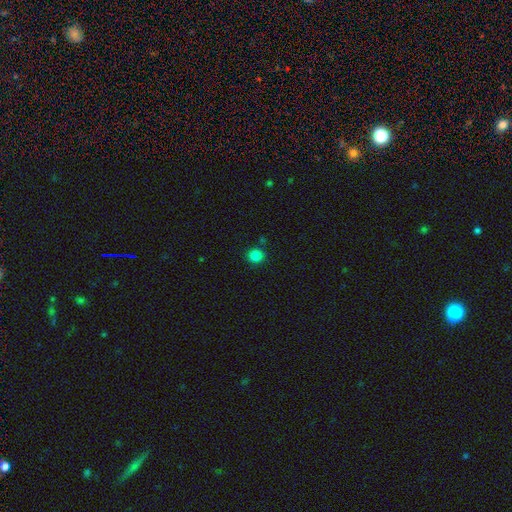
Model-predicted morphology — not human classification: This is clearly a smooth galaxy (84%). How rounded: clearly round (91%). Merging: clearly none (87%).